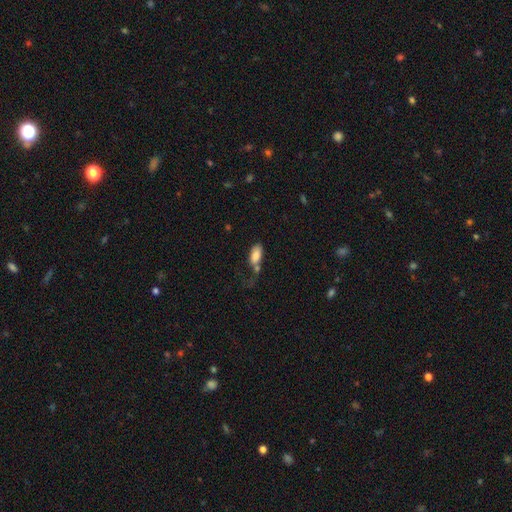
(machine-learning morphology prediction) The model was most divided on "merging": none: 38%, merger: 25%, minor disturbance: 20%, major disturbance: 18%. More confident: how rounded — in between (91%); smooth or featured — smooth (84%).